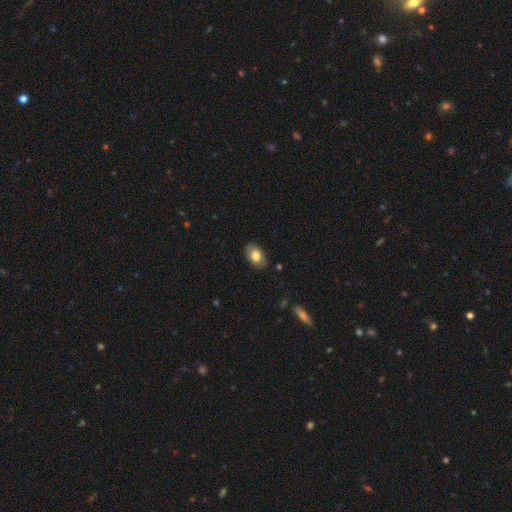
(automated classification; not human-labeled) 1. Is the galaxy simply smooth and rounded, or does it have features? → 78% smooth, 15% featured or disk, 7% star or artifact.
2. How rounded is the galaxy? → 91% in between, 8% round, 1% cigar-shaped.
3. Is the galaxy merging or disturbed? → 86% none, 11% minor disturbance, 2% major disturbance, 1% merger.